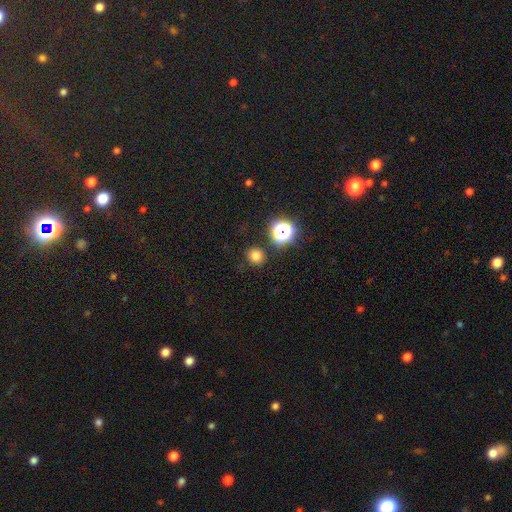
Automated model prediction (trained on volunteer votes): The model was most divided on "smooth or featured": smooth: 75%, star or artifact: 20%, featured or disk: 5%. More confident: how rounded — round (89%); merging — none (87%).